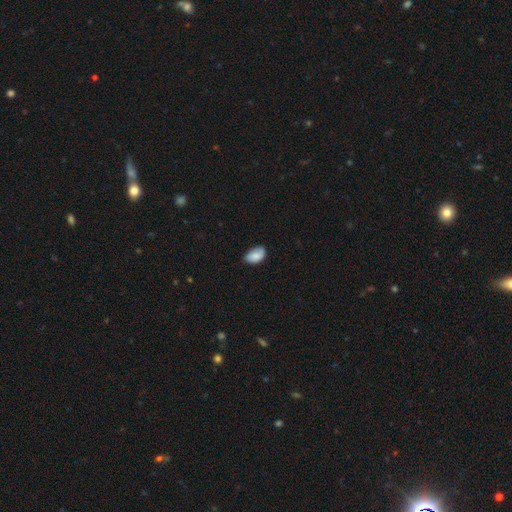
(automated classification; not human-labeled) Morphology: type=smooth (80%); roundness=in between (92%); merging=none (62%).